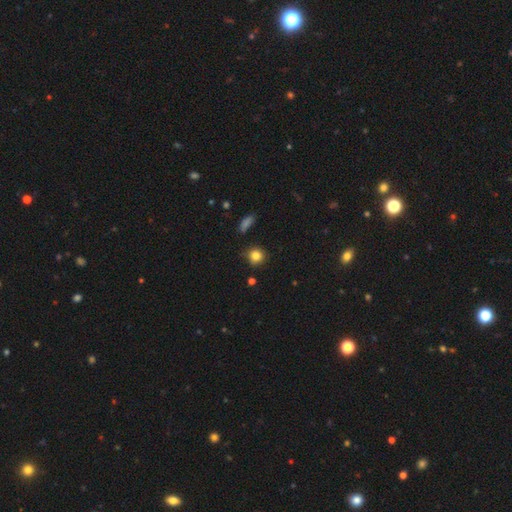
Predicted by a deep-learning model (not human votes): Smooth or featured? Predicted: smooth (p=0.82). How rounded? Predicted: round (p=0.88). Merging? Predicted: none (p=0.81).